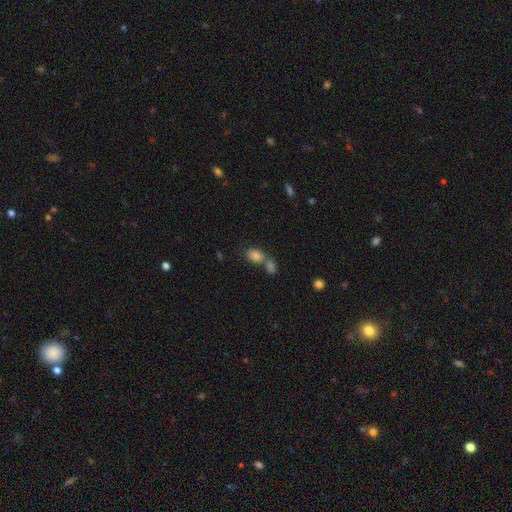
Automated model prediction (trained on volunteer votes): A smooth galaxy with no disk features (81%) that is in between round and cigar-shaped (74%). Merging: merger (49%).